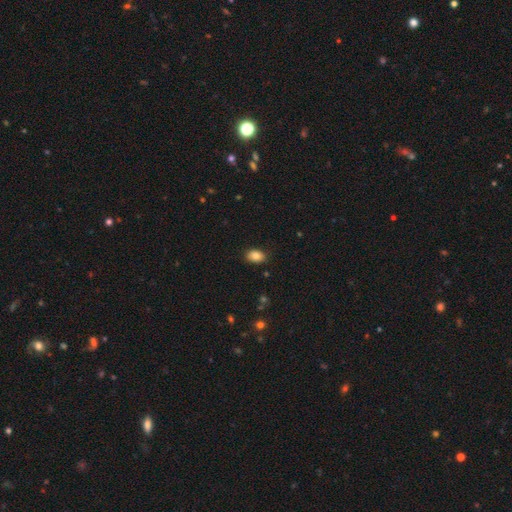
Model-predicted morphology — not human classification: smooth 83%, star or artifact 9%, featured or disk 8%. Down the decision tree: how rounded — in between (82%); merging — none (87%).